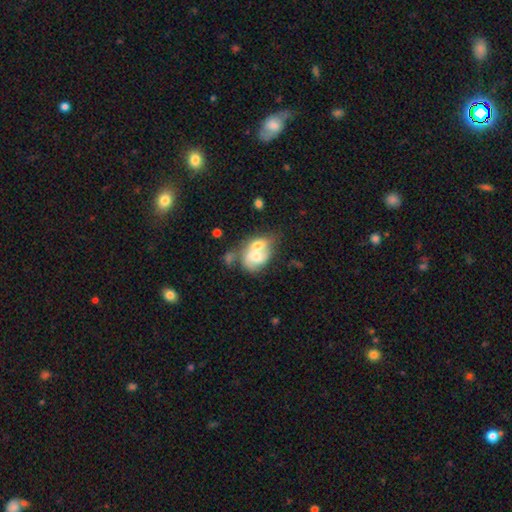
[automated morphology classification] Smooth or featured? Predicted: smooth (p=0.53). How rounded? Predicted: in between (p=0.61). Merging? Predicted: merger (p=0.72).